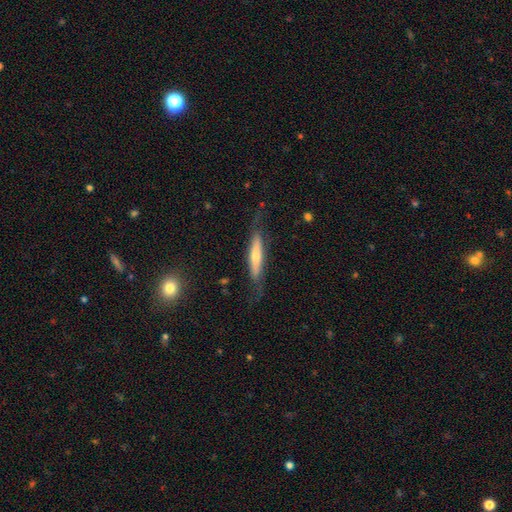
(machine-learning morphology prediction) Q: Smooth or featured?
A: featured or disk (53%); runner-up: smooth (41%)
Q: Edge-on disk?
A: yes (79%); runner-up: no (21%)
Q: Merging?
A: none (69%); runner-up: minor disturbance (19%)